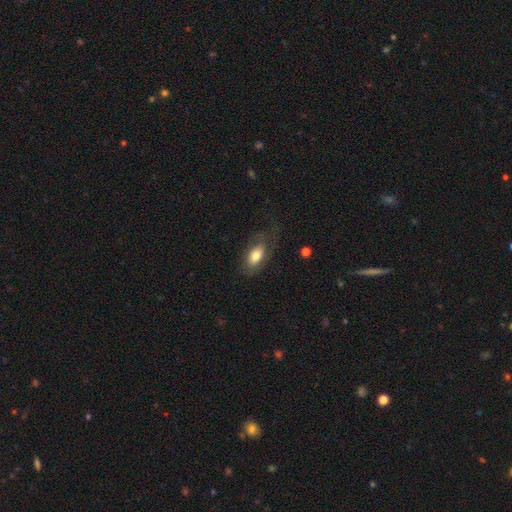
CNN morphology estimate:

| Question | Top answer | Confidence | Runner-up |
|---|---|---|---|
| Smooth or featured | smooth | 75% | featured or disk (18%) |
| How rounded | in between | 89% | cigar-shaped (5%) |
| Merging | none | 57% | minor disturbance (22%) |